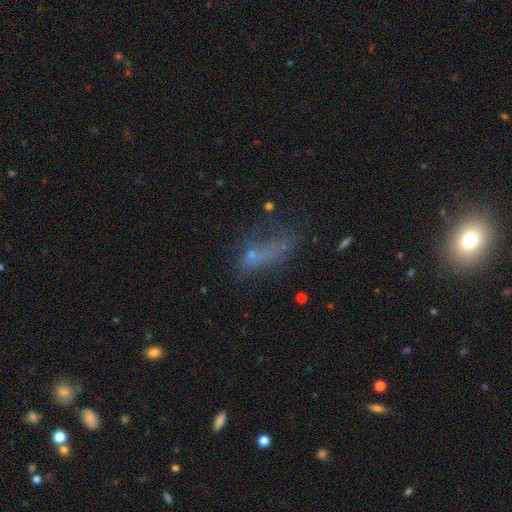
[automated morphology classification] smooth 44%, featured or disk 34%, star or artifact 23%. Down the decision tree: merging — major disturbance (47%).